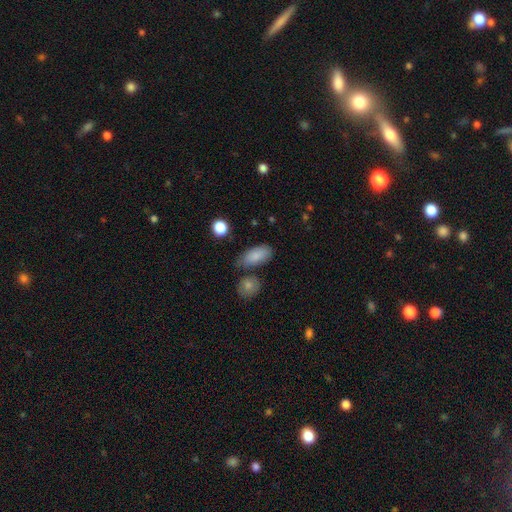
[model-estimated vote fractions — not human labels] smooth_or_featured: smooth (p=0.85) [alt: featured or disk p=0.08]
how_rounded: in between (p=0.88) [alt: cigar-shaped p=0.08]
merging: none (p=0.64) [alt: minor disturbance p=0.20]